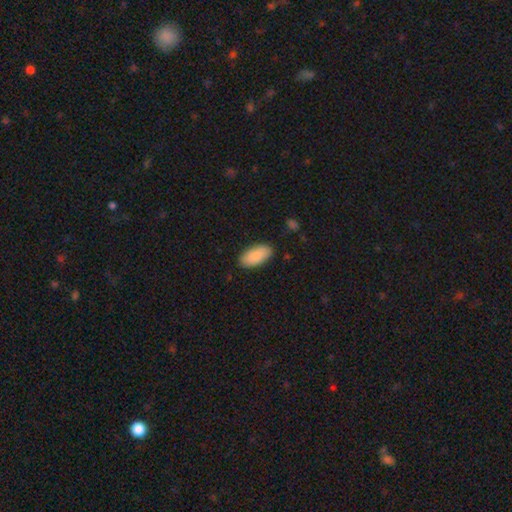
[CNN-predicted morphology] Smooth or featured: smooth — 89% (featured or disk — 6%)
How rounded: in between — 92% (cigar-shaped — 6%)
Merging: none — 87% (minor disturbance — 10%)